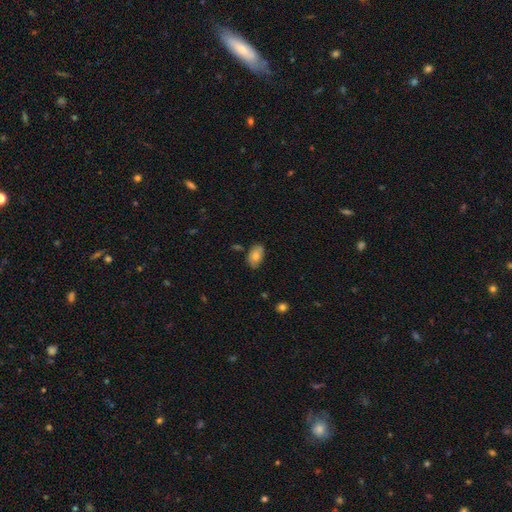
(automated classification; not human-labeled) Morphology: type=smooth (74%); roundness=in between (92%); merging=none (78%).